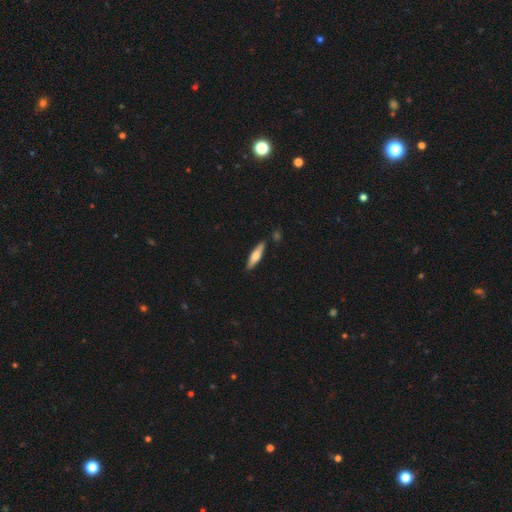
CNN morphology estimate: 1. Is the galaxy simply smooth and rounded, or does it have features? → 56% smooth, 38% featured or disk, 6% star or artifact.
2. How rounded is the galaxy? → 77% cigar-shaped, 21% in between, 2% round.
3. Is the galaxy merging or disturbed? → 86% none, 9% minor disturbance, 3% merger, 2% major disturbance.